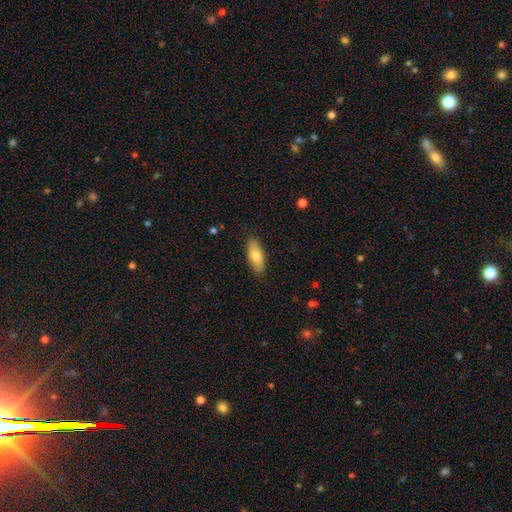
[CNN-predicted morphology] A smooth galaxy with no disk features (80%) that is in between round and cigar-shaped (74%). Merging: none (87%).